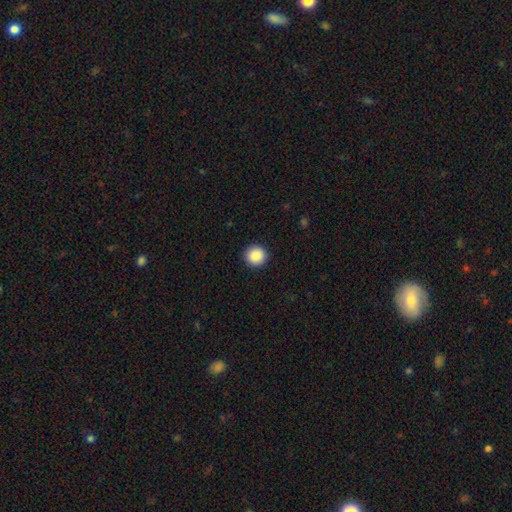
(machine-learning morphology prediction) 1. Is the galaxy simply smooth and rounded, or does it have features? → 89% smooth, 8% star or artifact, 3% featured or disk.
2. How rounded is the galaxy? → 95% round, 4% in between, 1% cigar-shaped.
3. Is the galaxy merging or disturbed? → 93% none, 4% minor disturbance, 2% major disturbance, 1% merger.